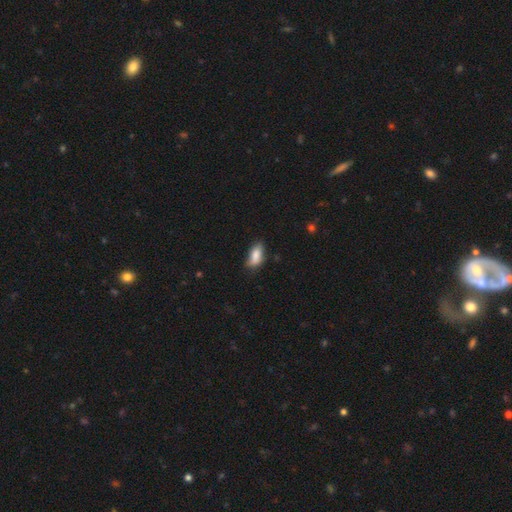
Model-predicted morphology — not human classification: Smooth or featured?
  - smooth: 83% *
  - featured or disk: 10%
  - star or artifact: 7%
How rounded?
  - in between: 85% *
  - cigar-shaped: 12%
  - round: 3%
Merging?
  - none: 59% *
  - minor disturbance: 32%
  - major disturbance: 7%
  - merger: 3%